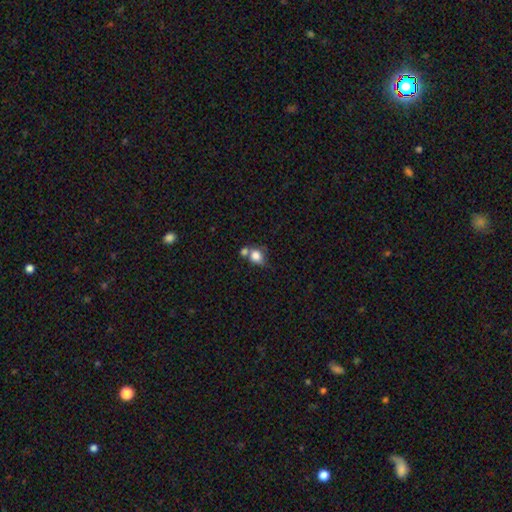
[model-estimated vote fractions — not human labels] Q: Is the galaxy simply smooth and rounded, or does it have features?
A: smooth — 80%.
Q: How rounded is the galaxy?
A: round — 64%.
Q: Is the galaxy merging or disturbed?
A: none — 41%.